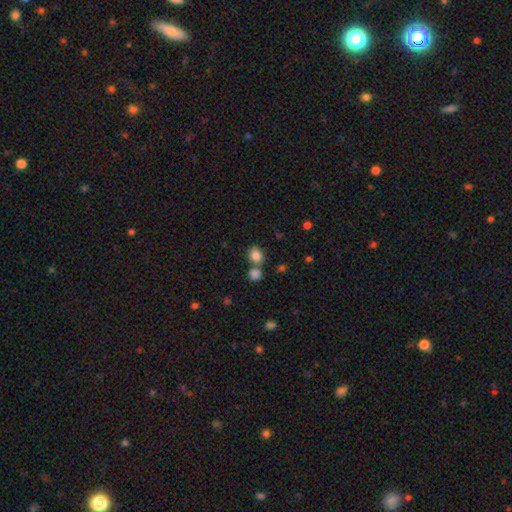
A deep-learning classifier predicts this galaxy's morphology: Overall: smooth (84%). How rounded: round (59%; in between 40%). Merging: none (61%; merger 27%).